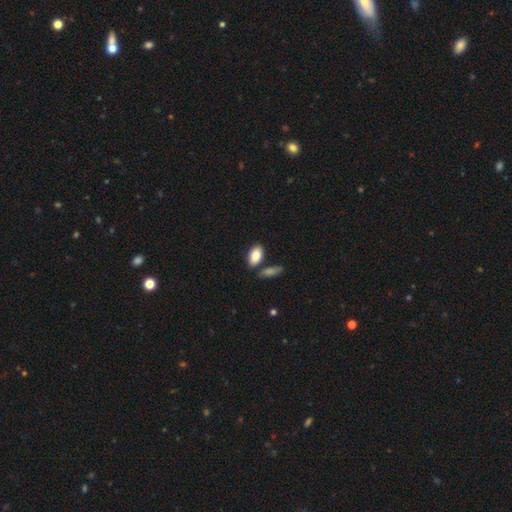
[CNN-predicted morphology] A smooth galaxy with no disk features (87%) that is in between round and cigar-shaped (92%).

Vote fractions:
- Smooth or featured? smooth: 87% / featured or disk: 6% / star or artifact: 6%
- How rounded? in between: 92% / cigar-shaped: 4% / round: 4%
- Merging? none: 71% / merger: 13% / minor disturbance: 13% / major disturbance: 3%